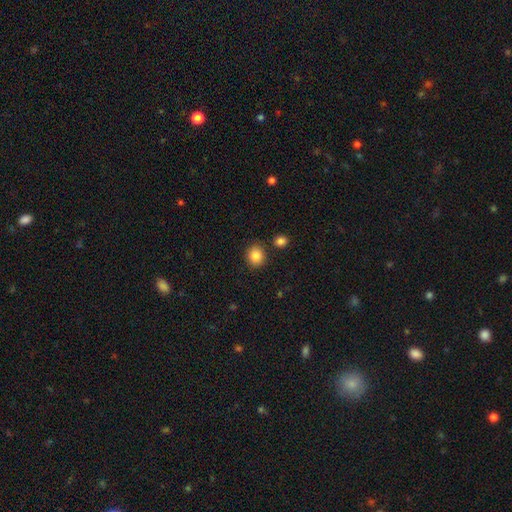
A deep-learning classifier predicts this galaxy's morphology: Smooth or featured?
  - smooth: 85% *
  - star or artifact: 10%
  - featured or disk: 5%
How rounded?
  - round: 82% *
  - in between: 18%
  - cigar-shaped: 1%
Merging?
  - none: 84% *
  - minor disturbance: 8%
  - merger: 5%
  - major disturbance: 2%